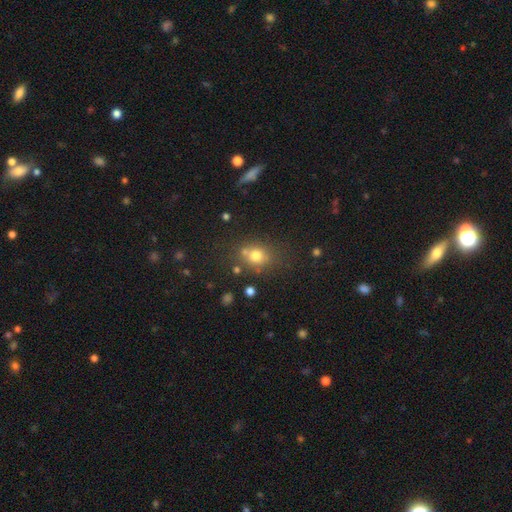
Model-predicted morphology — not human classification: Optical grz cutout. It shows a smooth galaxy with no disk features (73%) that is round (68%). Merging: none (63%).